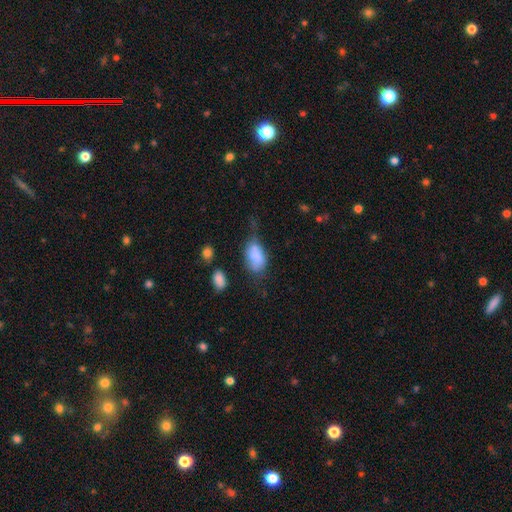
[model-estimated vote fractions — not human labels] A smooth galaxy with no disk features (78%) that is in between round and cigar-shaped (90%).

Vote fractions:
- Smooth or featured? smooth: 78% / featured or disk: 14% / star or artifact: 8%
- How rounded? in between: 90% / round: 7% / cigar-shaped: 3%
- Merging? minor disturbance: 35% / none: 30% / major disturbance: 25% / merger: 9%